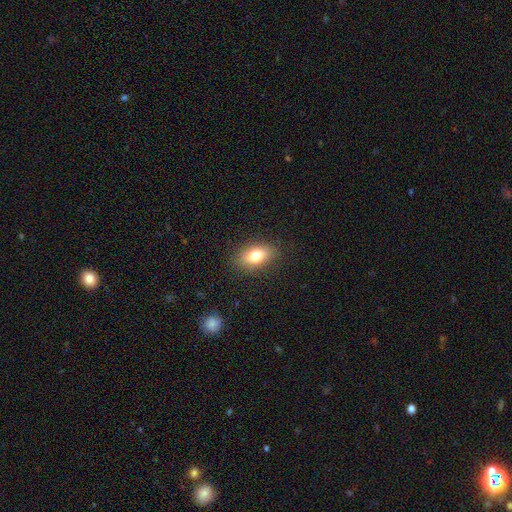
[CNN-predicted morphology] Smooth or featured? smooth (77%)
How rounded? in between (85%)
Merging? none (86%)